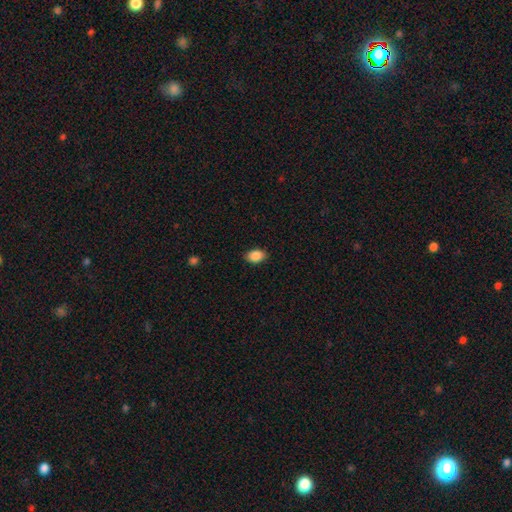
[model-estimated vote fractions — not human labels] A smooth galaxy with no disk features (88%) that is in between round and cigar-shaped (84%). Merging: none (87%).